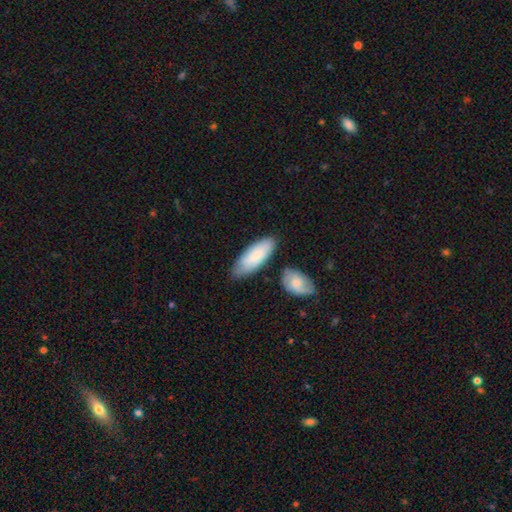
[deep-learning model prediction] smooth 81%, featured or disk 14%, star or artifact 5%. Down the decision tree: how rounded — in between (73%); merging — none (70%).